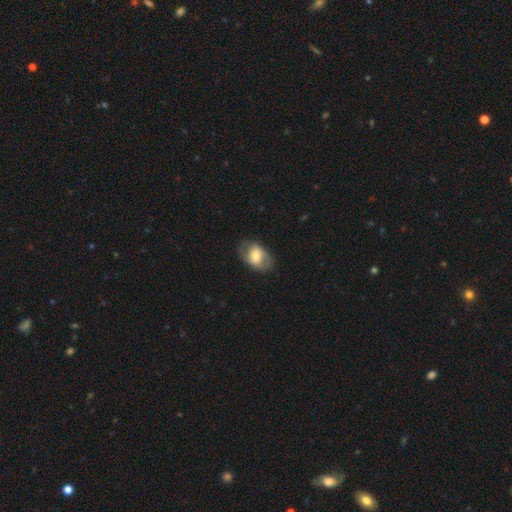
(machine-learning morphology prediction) Smooth or featured: smooth — 61% (featured or disk — 32%)
How rounded: in between — 82% (round — 17%)
Merging: none — 74% (minor disturbance — 18%)